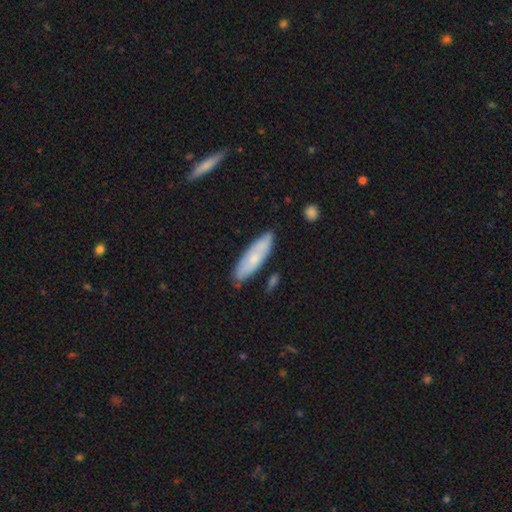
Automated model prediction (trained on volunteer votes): Smooth or featured? Predicted: smooth (p=0.64). How rounded? Predicted: in between (p=0.50). Merging? Predicted: none (p=0.79).